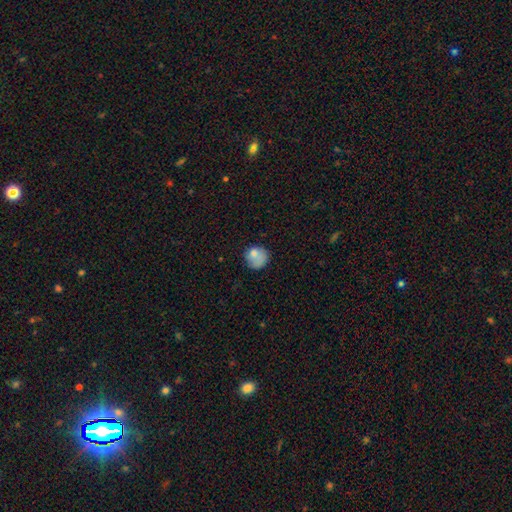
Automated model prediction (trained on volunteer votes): A smooth galaxy with no disk features (77%) that is round (82%). Merging: none (55%).